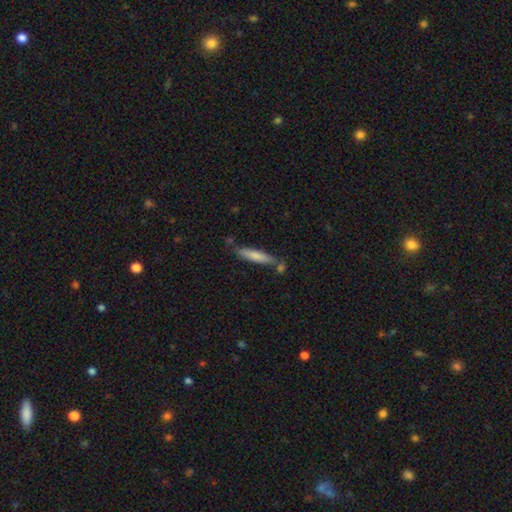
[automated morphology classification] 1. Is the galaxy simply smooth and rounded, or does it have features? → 74% smooth, 20% featured or disk, 6% star or artifact.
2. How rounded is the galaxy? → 87% cigar-shaped, 12% in between, 1% round.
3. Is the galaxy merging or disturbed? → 71% none, 16% minor disturbance, 10% merger, 3% major disturbance.